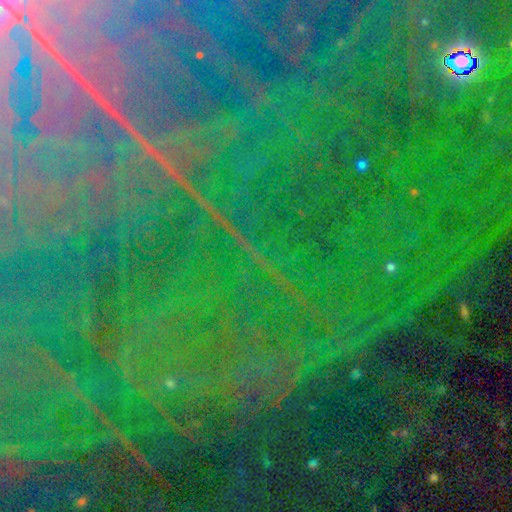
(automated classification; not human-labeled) This appears to be a star or artifact, not a galaxy (88%).